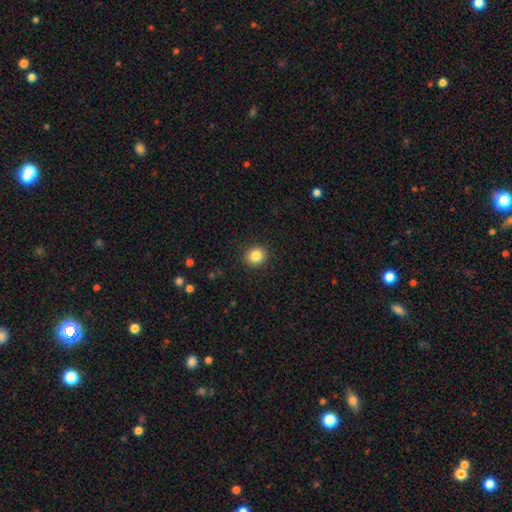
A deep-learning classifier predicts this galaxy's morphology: This appears to be a smooth galaxy with no disk features (84%) that is round (78%). Merging: none (91%).